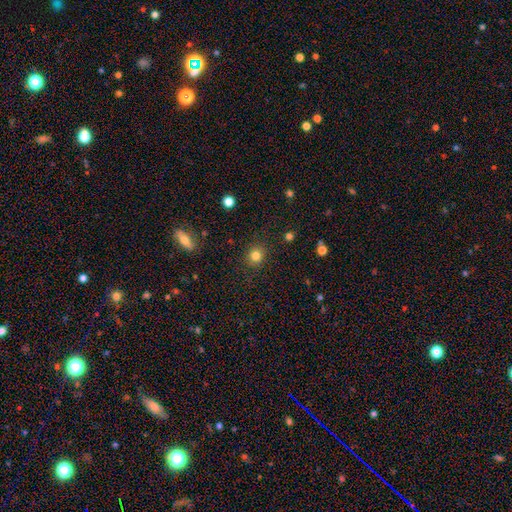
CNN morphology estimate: A smooth galaxy with no disk features (82%) that is round (84%). Merging: none (88%).